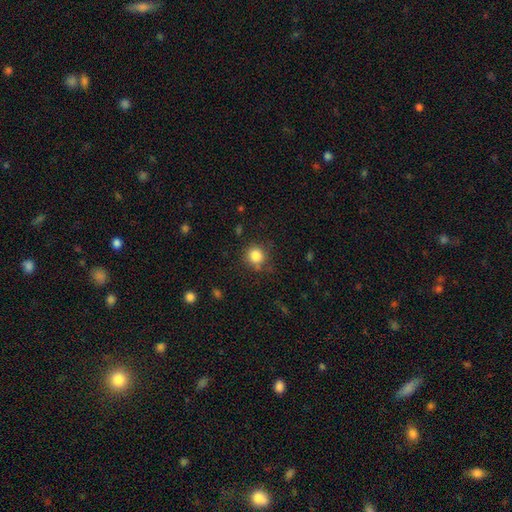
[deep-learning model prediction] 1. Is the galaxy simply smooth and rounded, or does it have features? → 84% smooth, 11% star or artifact, 5% featured or disk.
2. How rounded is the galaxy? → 89% round, 10% in between, 1% cigar-shaped.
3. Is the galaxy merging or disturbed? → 76% none, 16% minor disturbance, 5% major disturbance, 3% merger.